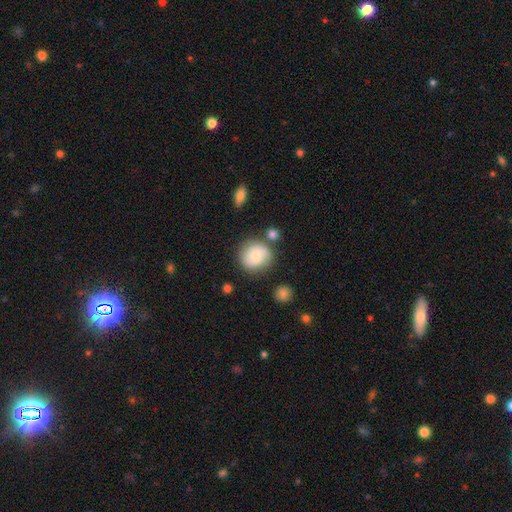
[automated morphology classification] This is likely a smooth galaxy (64%). How rounded: clearly round (83%). Merging: likely none (69%).